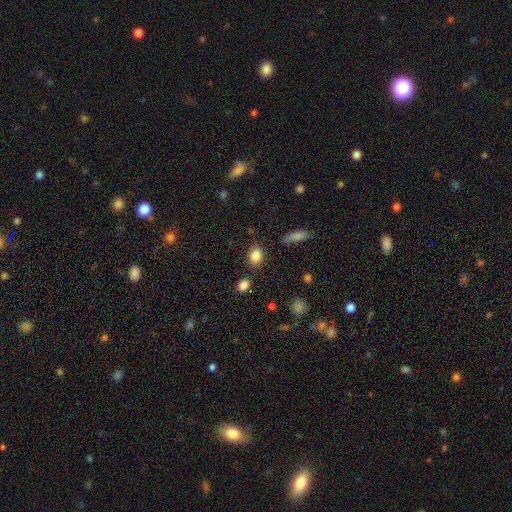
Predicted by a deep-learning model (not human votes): smooth_or_featured: smooth (p=0.85) [alt: star or artifact p=0.09]
how_rounded: in between (p=0.58) [alt: round p=0.40]
merging: none (p=0.83) [alt: minor disturbance p=0.11]